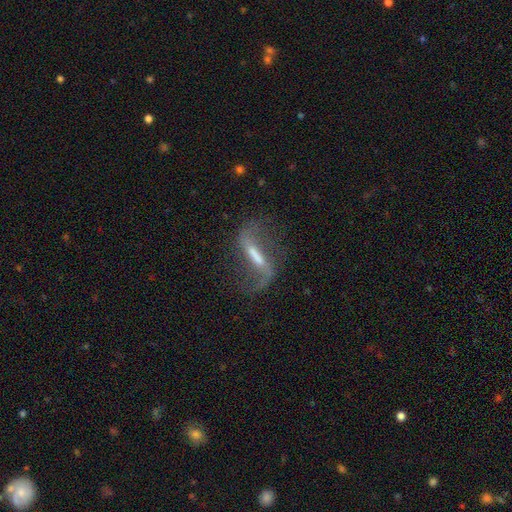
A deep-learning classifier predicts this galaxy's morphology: Smooth or featured? Predicted: featured or disk (p=0.81). Edge-on disk? Predicted: no (p=0.87). Bar? Predicted: strong (p=0.63). Spiral arms? Predicted: yes (p=0.91). Spiral winding? Predicted: loose (p=0.81). Spiral arm count? Predicted: 2 (p=0.90). Bulge size? Predicted: moderate (p=0.34). Merging? Predicted: none (p=0.64).